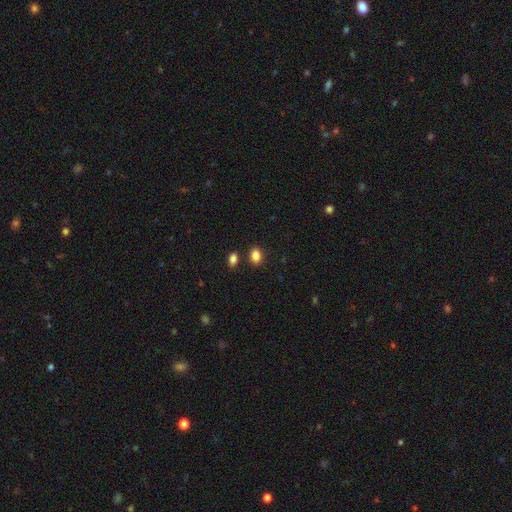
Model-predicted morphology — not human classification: smooth_or_featured: smooth (p=0.86) [alt: star or artifact p=0.09]
how_rounded: in between (p=0.77) [alt: round p=0.21]
merging: none (p=0.81) [alt: minor disturbance p=0.09]